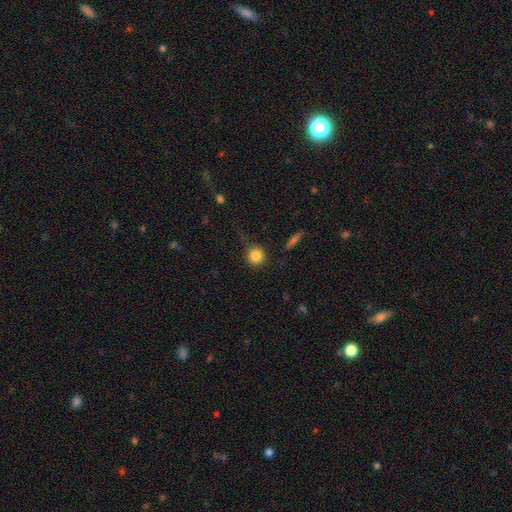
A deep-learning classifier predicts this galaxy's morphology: type=smooth (84%); roundness=round (93%); merging=none (74%).